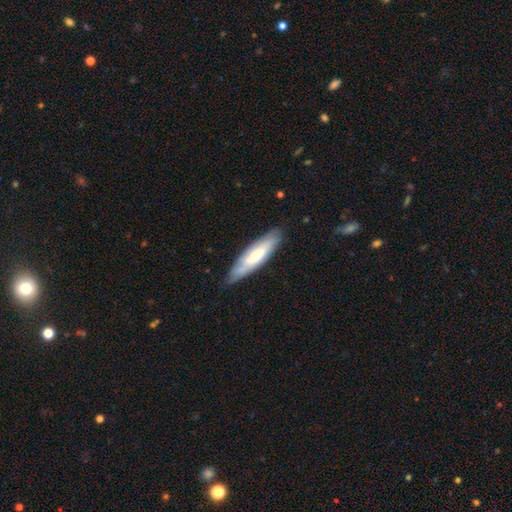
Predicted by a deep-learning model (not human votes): Overall: smooth (58%; featured or disk 36%). How rounded: cigar-shaped (65%; in between 34%). Merging: none (77%).